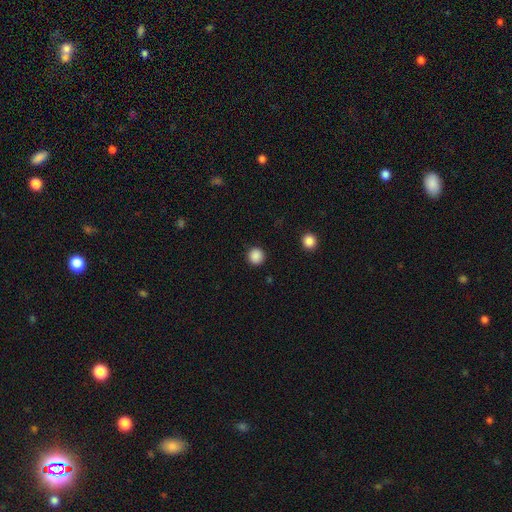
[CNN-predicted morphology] smooth_or_featured: smooth (p=0.88) [alt: star or artifact p=0.10]
how_rounded: round (p=0.94) [alt: in between p=0.05]
merging: none (p=0.92) [alt: minor disturbance p=0.05]